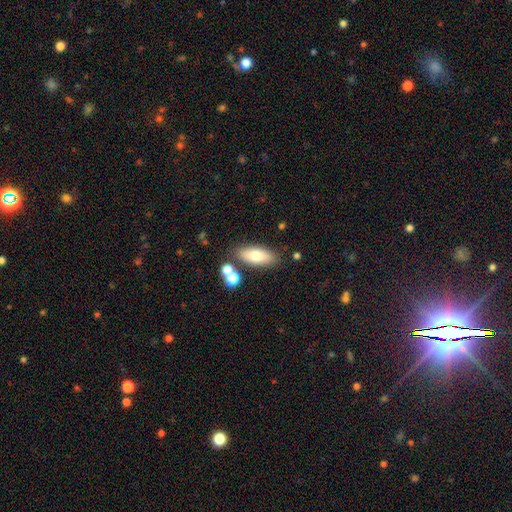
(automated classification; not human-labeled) smooth-or-featured: smooth: 73% | featured or disk: 19% | star or artifact: 8%
  how-rounded: in between: 78% | cigar-shaped: 19% | round: 4%
  merging: none: 79% | minor disturbance: 11% | merger: 7% | major disturbance: 3%